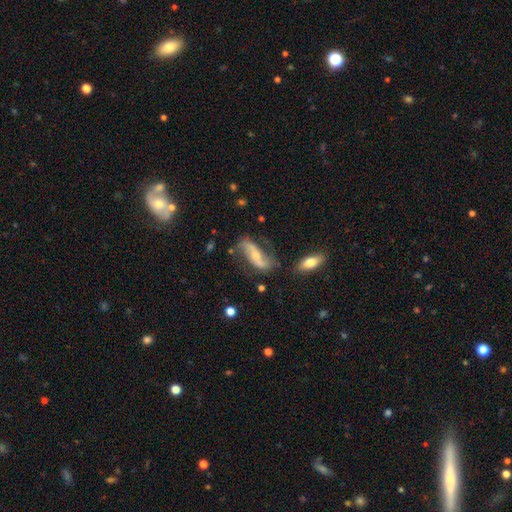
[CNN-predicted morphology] smooth-or-featured: featured or disk: 76% | smooth: 18% | star or artifact: 7%
  disk-edge-on: no: 88% | yes: 12%
    bar: no: 45% | weak: 28% | strong: 27%
    has-spiral-arms: yes: 90% | no: 10%
      spiral-winding: loose: 76% | medium: 17% | tight: 7%
      spiral-arm-count: 2: 90% | can't tell: 4% | 1: 3% | 3: 1% | 4: 1% | more than 4: 1%
    bulge-size: small: 55% | moderate: 39% | none: 3% | large: 2% | dominant: 1%
  merging: none: 62% | minor disturbance: 22% | major disturbance: 11% | merger: 5%